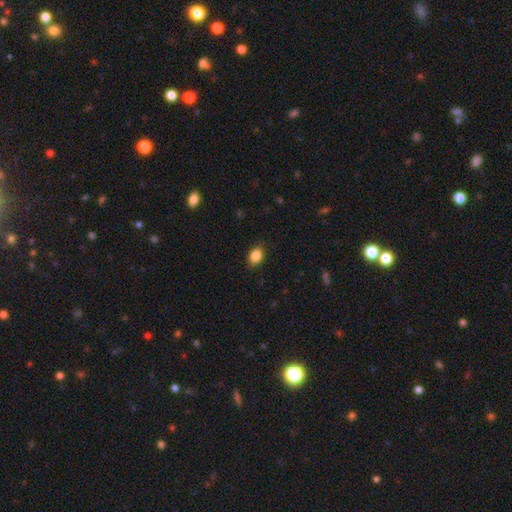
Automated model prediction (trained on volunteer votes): The model was most divided on "how rounded": in between: 70%, round: 28%, cigar-shaped: 1%. More confident: smooth or featured — smooth (86%); merging — none (85%).